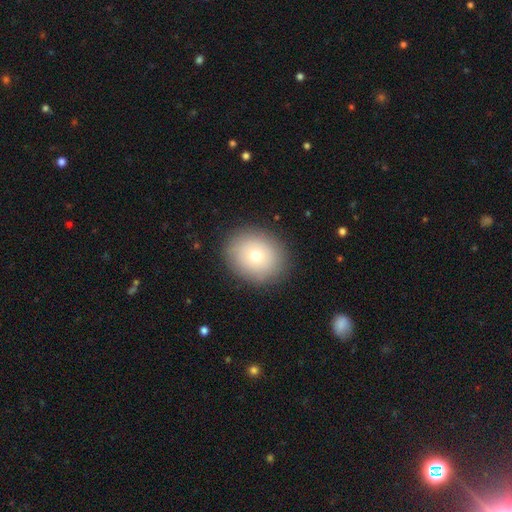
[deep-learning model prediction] This is likely a smooth galaxy (73%). How rounded: likely round (71%). Merging: clearly none (87%).